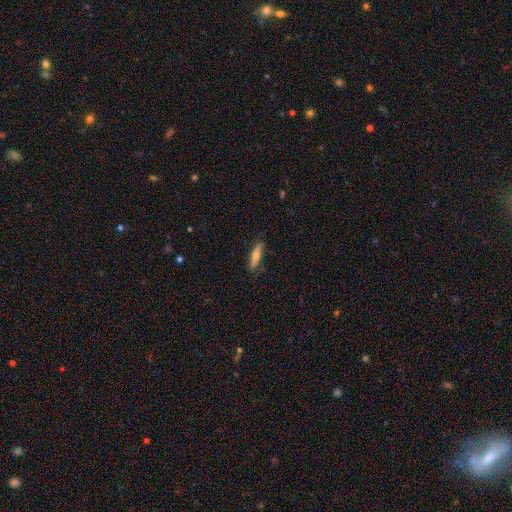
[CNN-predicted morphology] Overall: smooth (59%; featured or disk 35%). How rounded: cigar-shaped (74%). Merging: none (81%).